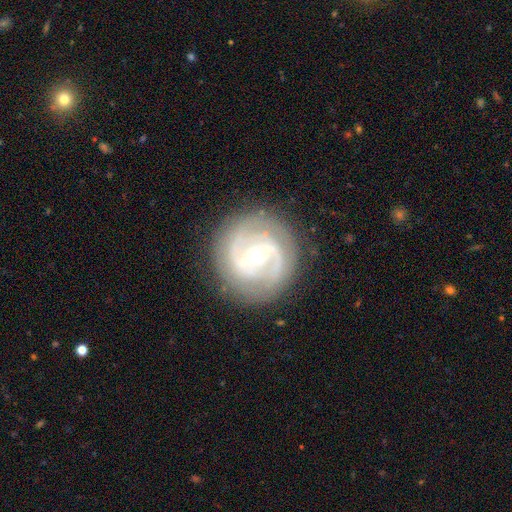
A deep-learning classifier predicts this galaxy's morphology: This is clearly a featured or disk galaxy (83%). It is clearly not viewed edge-on (97%). Bar: marginally weak (43%). Spiral arm pattern: clearly yes (90%). Spiral arm count: likely 2 (64%). Spiral winding: possibly tight (49%). Central bulge: possibly small (56%). Merging: clearly none (84%).